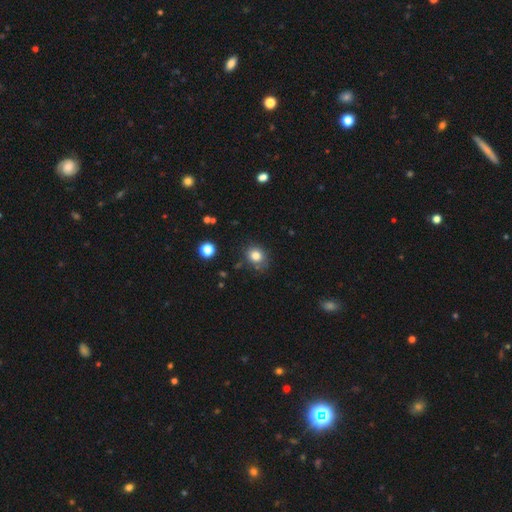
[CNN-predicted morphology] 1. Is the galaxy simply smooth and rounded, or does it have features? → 81% smooth, 12% star or artifact, 7% featured or disk.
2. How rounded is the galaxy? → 64% round, 35% in between, 1% cigar-shaped.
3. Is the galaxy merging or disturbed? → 76% none, 16% minor disturbance, 4% major disturbance, 3% merger.